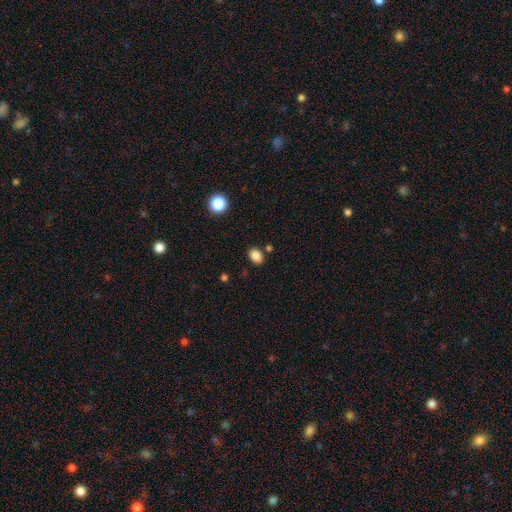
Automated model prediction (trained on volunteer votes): Smooth or featured?
  - smooth: 86% *
  - star or artifact: 10%
  - featured or disk: 4%
How rounded?
  - in between: 72% *
  - round: 27%
  - cigar-shaped: 1%
Merging?
  - none: 81% *
  - minor disturbance: 10%
  - merger: 5%
  - major disturbance: 3%